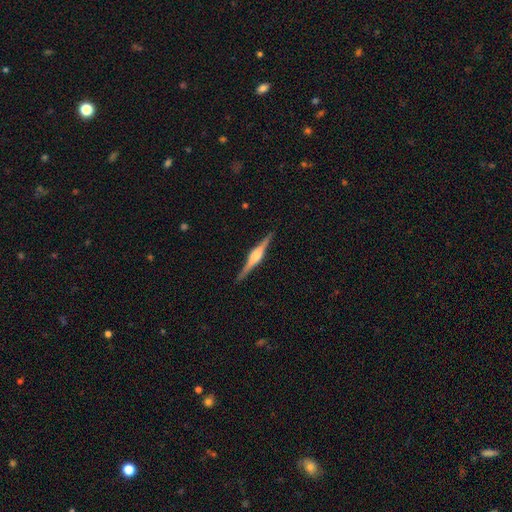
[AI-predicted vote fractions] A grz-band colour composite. It shows a featured or disk galaxy (84%) viewed edge-on (98%) with a rounded central bulge (75%). Merging: none (91%).